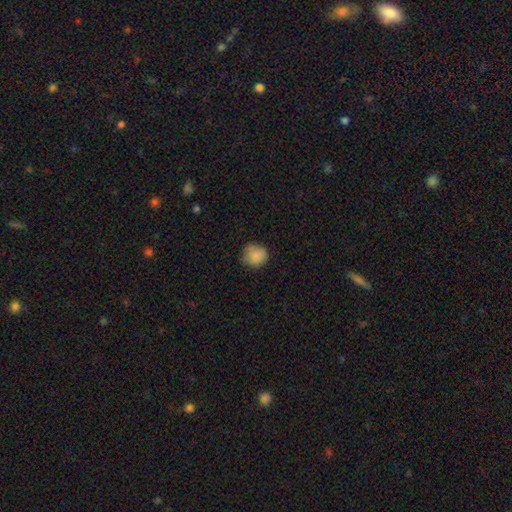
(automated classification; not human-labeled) Smooth or featured?
  - smooth: 86% *
  - star or artifact: 9%
  - featured or disk: 5%
How rounded?
  - round: 86% *
  - in between: 13%
  - cigar-shaped: 1%
Merging?
  - none: 78% *
  - minor disturbance: 18%
  - major disturbance: 3%
  - merger: 1%